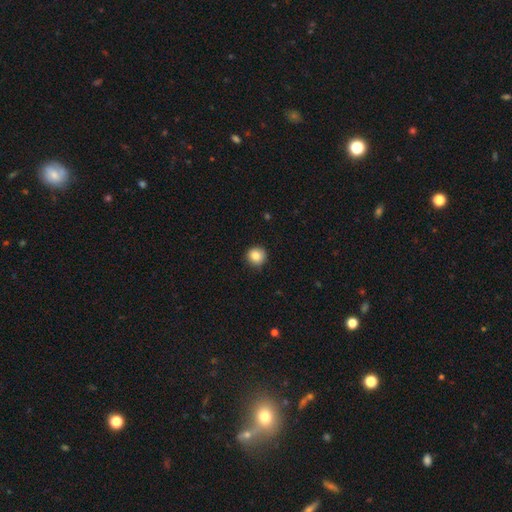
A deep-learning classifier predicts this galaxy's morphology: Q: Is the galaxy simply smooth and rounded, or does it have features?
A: smooth — 85%.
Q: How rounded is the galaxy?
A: round — 93%.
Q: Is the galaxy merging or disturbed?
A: none — 90%.